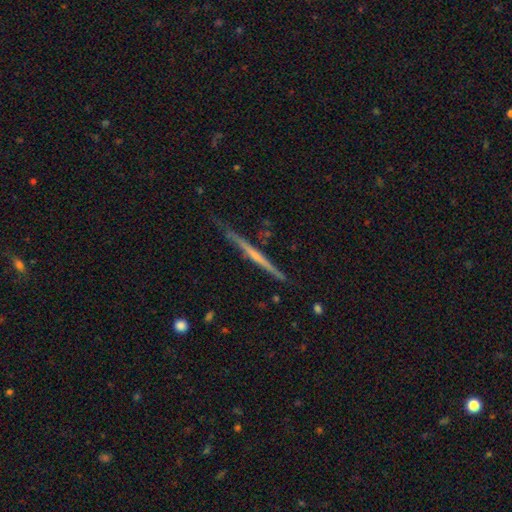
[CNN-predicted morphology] Q: Smooth or featured?
A: featured or disk (71%); runner-up: smooth (24%)
Q: Edge-on disk?
A: yes (98%); runner-up: no (2%)
Q: Edge-on bulge?
A: none (60%); runner-up: rounded (34%)
Q: Merging?
A: none (84%); runner-up: minor disturbance (12%)